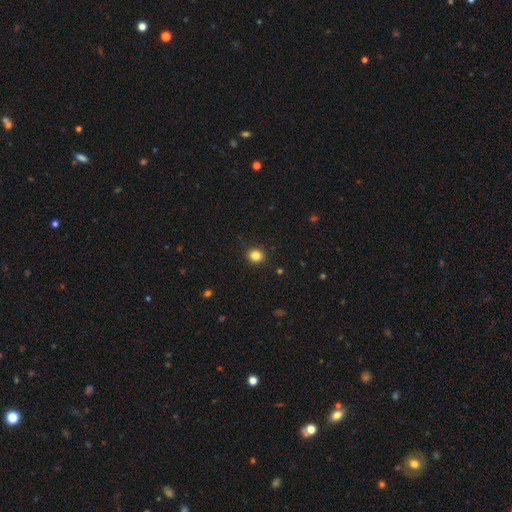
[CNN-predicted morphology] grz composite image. It shows a smooth galaxy with no disk features (84%) that is round (84%). Merging: none (92%).